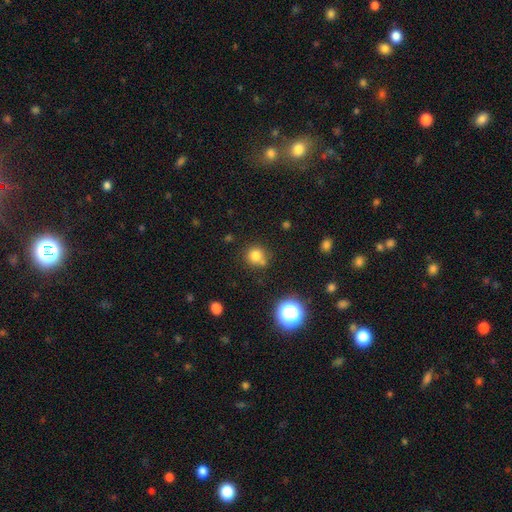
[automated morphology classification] smooth_or_featured: smooth (p=0.78) [alt: star or artifact p=0.15]
how_rounded: round (p=0.89) [alt: in between p=0.10]
merging: none (p=0.66) [alt: merger p=0.18]